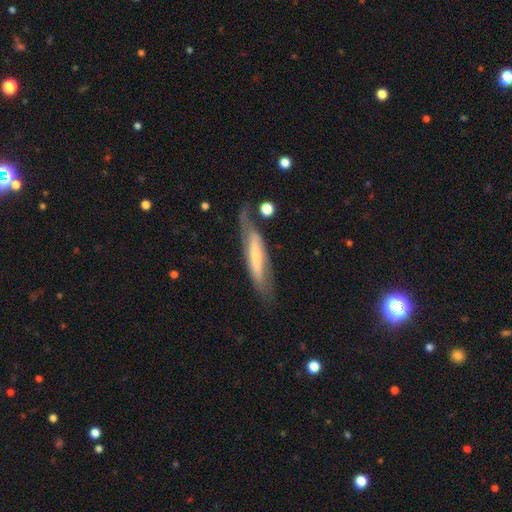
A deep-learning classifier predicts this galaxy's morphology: This is likely a featured or disk galaxy (60%). It is possibly viewed edge-on (57%). Merging: likely none (62%).